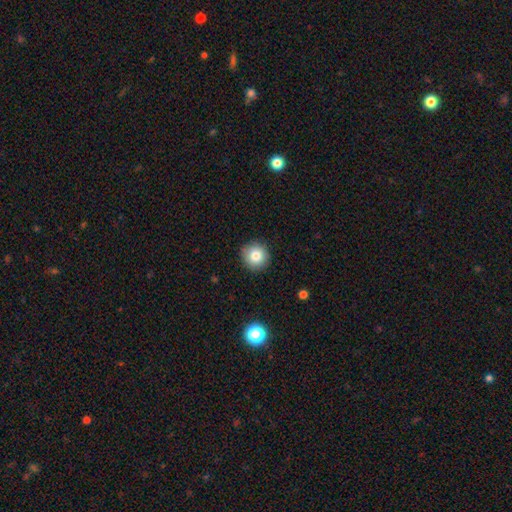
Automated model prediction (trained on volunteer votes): Smooth or featured? smooth (82%)
How rounded? round (94%)
Merging? none (90%)